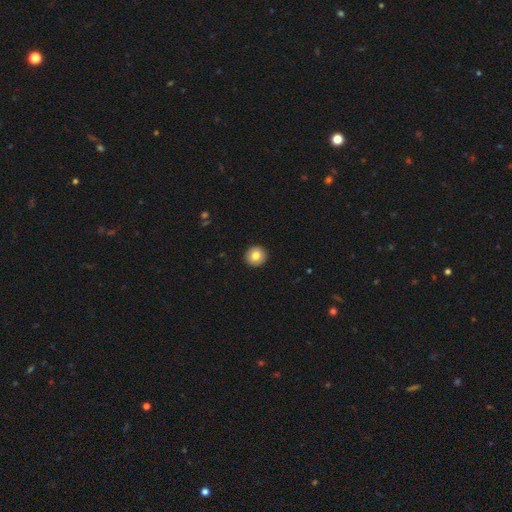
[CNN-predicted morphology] smooth 81%, featured or disk 11%, star or artifact 8%. Down the decision tree: how rounded — round (93%); merging — none (93%).